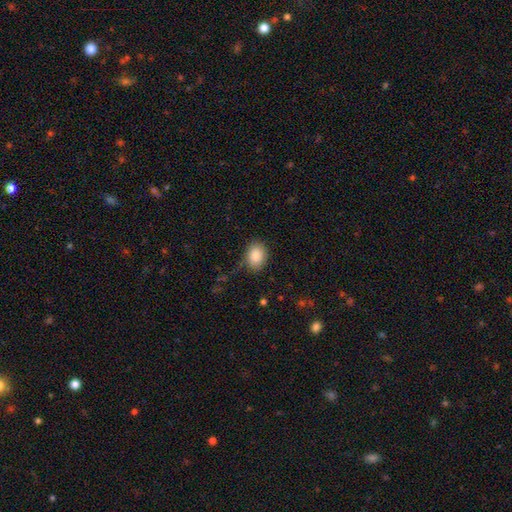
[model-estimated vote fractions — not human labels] Morphology: type=smooth (87%); roundness=in between (62%); merging=none (77%).